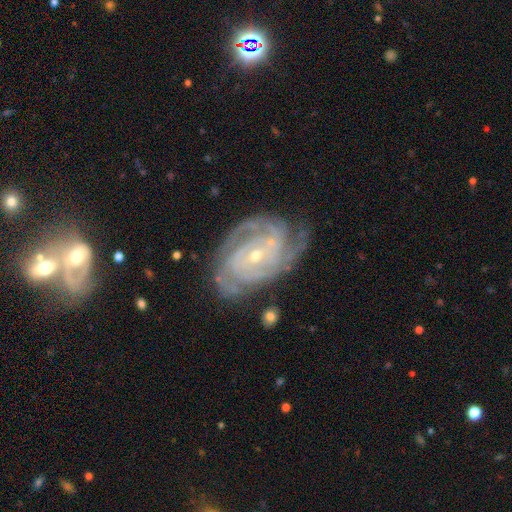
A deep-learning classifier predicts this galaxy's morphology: Smooth or featured? featured or disk (90%)
Edge-on disk? no (97%)
Bar? no (60%)
Spiral arms? yes (97%)
Spiral winding? tight (68%)
Spiral arm count? 3 (31%)
Bulge size? small (73%)
Merging? none (68%)